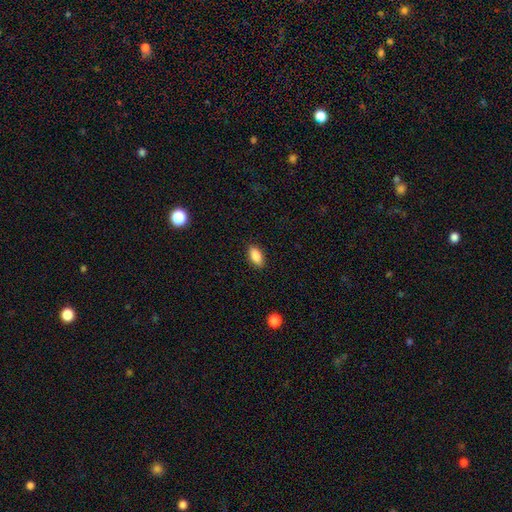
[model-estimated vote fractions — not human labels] Smooth or featured? Predicted: smooth (p=0.86). How rounded? Predicted: in between (p=0.87). Merging? Predicted: none (p=0.88).